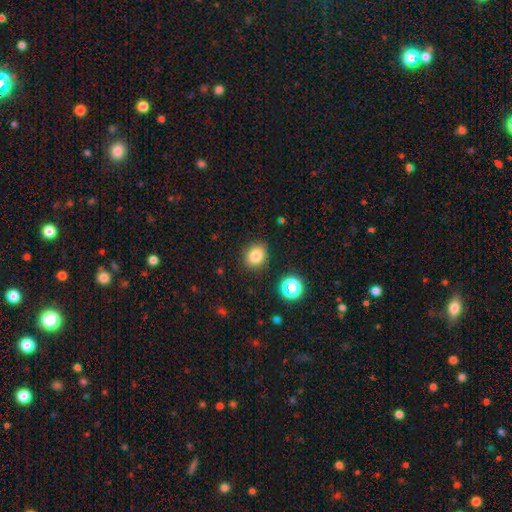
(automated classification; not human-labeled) This appears to be a smooth galaxy with no disk features (81%) that is round (55%). Merging: none (83%).